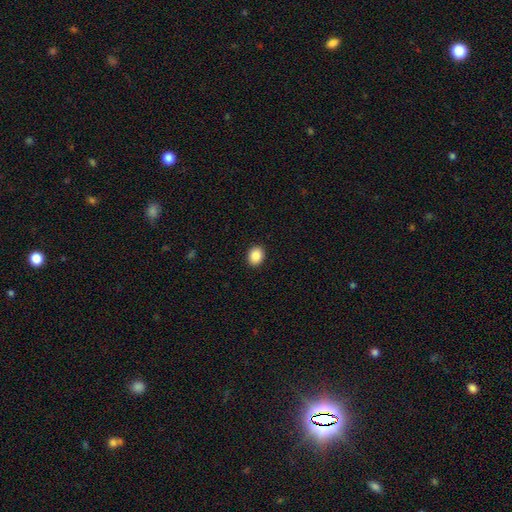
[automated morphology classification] Q: Smooth or featured?
A: smooth (88%); runner-up: star or artifact (8%)
Q: How rounded?
A: round (50%); runner-up: in between (49%)
Q: Merging?
A: none (92%); runner-up: minor disturbance (6%)